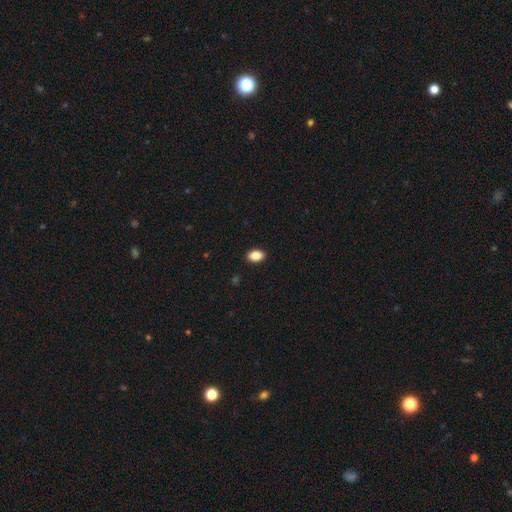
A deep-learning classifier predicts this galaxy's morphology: type=smooth (88%); roundness=in between (87%); merging=none (91%).